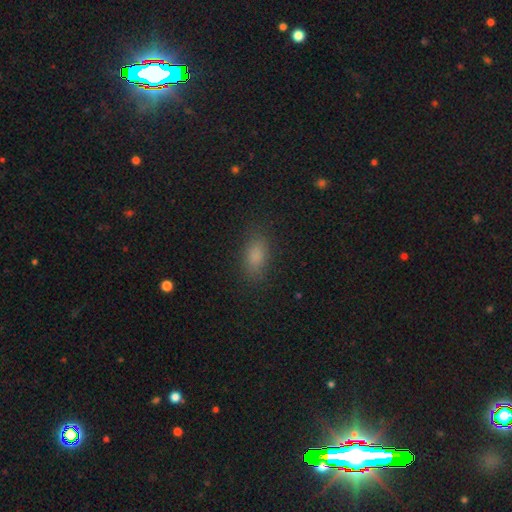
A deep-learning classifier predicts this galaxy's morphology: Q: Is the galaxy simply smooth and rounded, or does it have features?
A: smooth — 83%.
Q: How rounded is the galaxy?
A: in between — 86%.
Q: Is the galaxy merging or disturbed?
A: none — 84%.